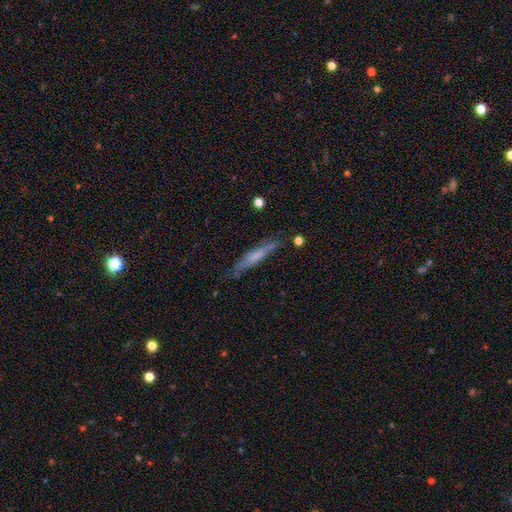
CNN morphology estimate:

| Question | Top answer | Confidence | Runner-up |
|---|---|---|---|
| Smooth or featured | smooth | 50% | featured or disk (43%) |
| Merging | none | 73% | minor disturbance (19%) |